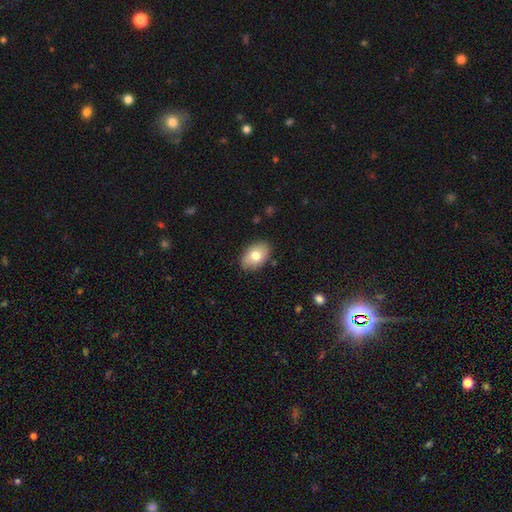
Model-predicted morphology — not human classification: smooth_or_featured: smooth (p=0.77) [alt: featured or disk p=0.16]
how_rounded: in between (p=0.89) [alt: round p=0.10]
merging: none (p=0.86) [alt: minor disturbance p=0.11]